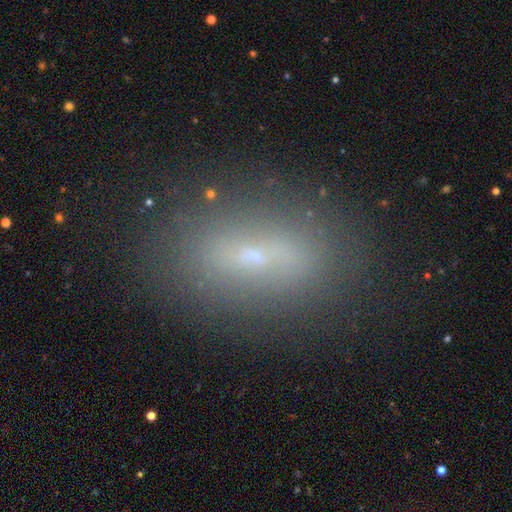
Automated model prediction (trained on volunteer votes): Smooth or featured: smooth — 48% (featured or disk — 34%)
Merging: none — 81% (minor disturbance — 13%)